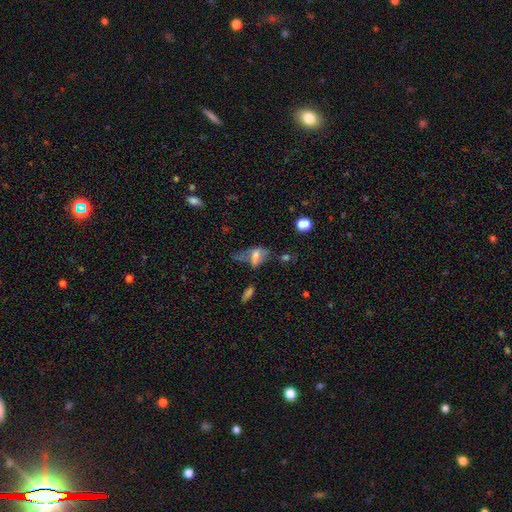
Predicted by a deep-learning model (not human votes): The model was most divided on "merging": major disturbance: 34%, none: 28%, minor disturbance: 24%, merger: 14%. More confident: how rounded — in between (79%); smooth or featured — smooth (52%).